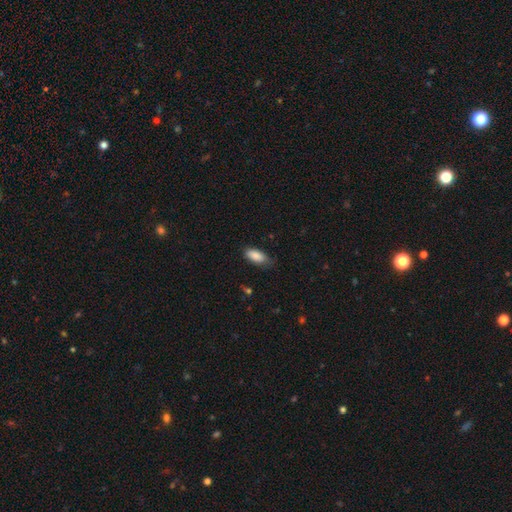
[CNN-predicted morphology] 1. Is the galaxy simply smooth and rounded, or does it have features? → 87% smooth, 7% star or artifact, 6% featured or disk.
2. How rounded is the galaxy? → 88% in between, 10% cigar-shaped, 2% round.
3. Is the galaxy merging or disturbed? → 67% none, 27% minor disturbance, 5% major disturbance, 1% merger.